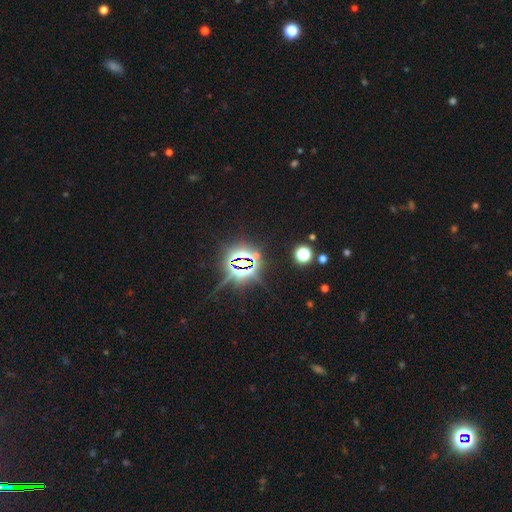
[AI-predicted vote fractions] Q: Smooth or featured?
A: star or artifact (83%); runner-up: smooth (9%)